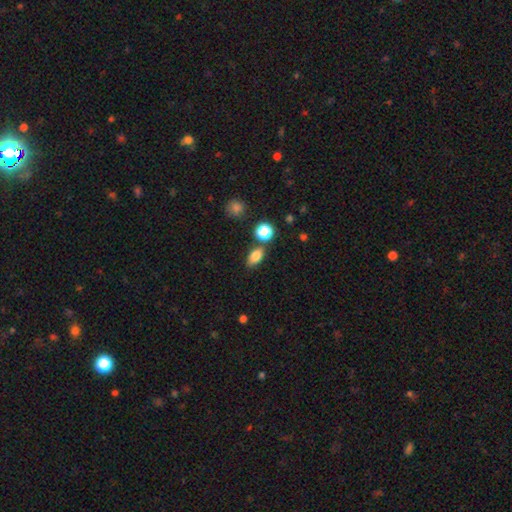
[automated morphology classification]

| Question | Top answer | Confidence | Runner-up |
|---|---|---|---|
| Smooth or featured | smooth | 83% | star or artifact (11%) |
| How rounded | in between | 82% | round (14%) |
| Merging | none | 73% | minor disturbance (13%) |